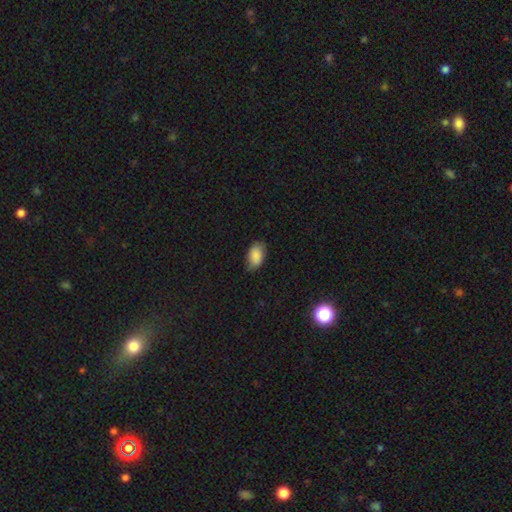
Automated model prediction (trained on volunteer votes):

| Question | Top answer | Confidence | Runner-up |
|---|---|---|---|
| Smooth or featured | smooth | 86% | star or artifact (8%) |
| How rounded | in between | 91% | round (7%) |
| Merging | none | 75% | minor disturbance (20%) |